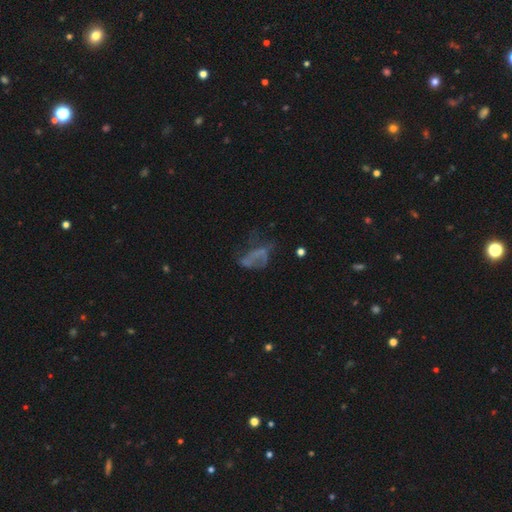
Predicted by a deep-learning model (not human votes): This appears to be a featured or disk galaxy (43%). Merging: major disturbance (41%).